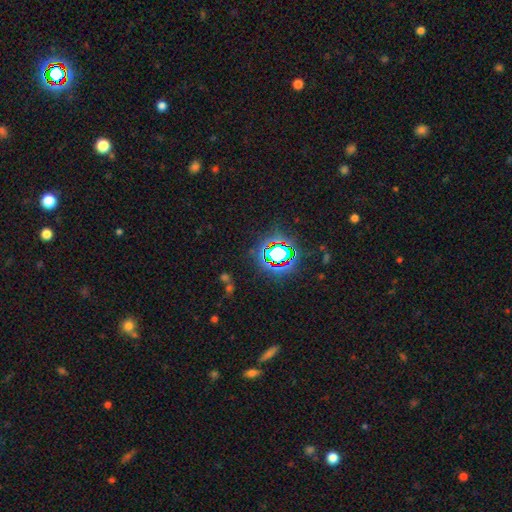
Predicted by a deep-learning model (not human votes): Q: Smooth or featured?
A: star or artifact (77%); runner-up: smooth (14%)